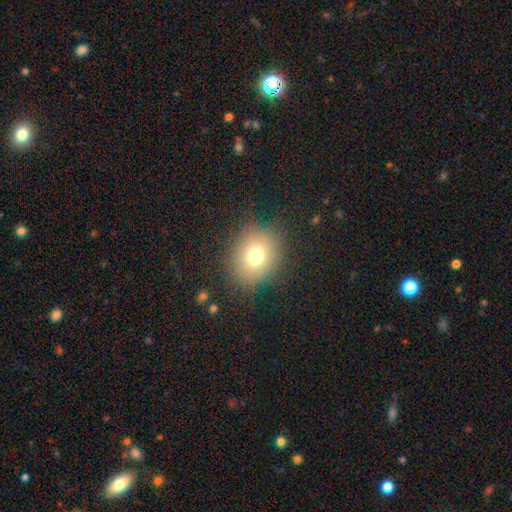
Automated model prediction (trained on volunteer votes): Q: Smooth or featured?
A: smooth (72%); runner-up: star or artifact (15%)
Q: How rounded?
A: round (66%); runner-up: in between (33%)
Q: Merging?
A: none (84%); runner-up: minor disturbance (10%)